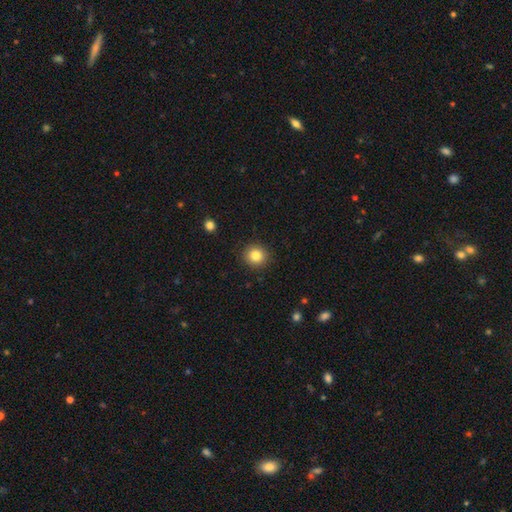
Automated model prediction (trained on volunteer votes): smooth_or_featured: smooth (p=0.84) [alt: star or artifact p=0.10]
how_rounded: round (p=0.89) [alt: in between p=0.10]
merging: none (p=0.90) [alt: minor disturbance p=0.07]